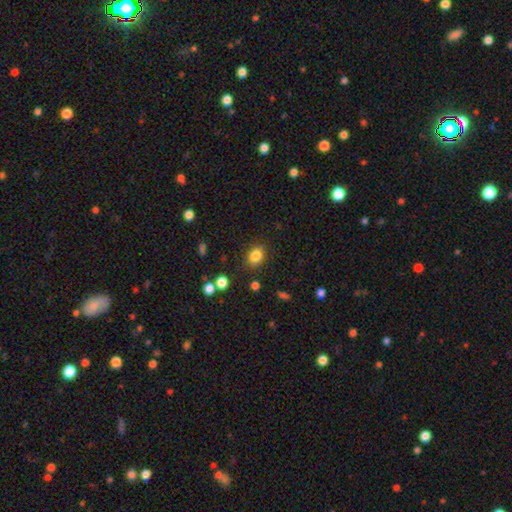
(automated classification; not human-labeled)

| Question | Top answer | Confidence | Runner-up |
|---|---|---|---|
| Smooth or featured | smooth | 83% | star or artifact (11%) |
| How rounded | in between | 59% | round (40%) |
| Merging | none | 84% | minor disturbance (10%) |